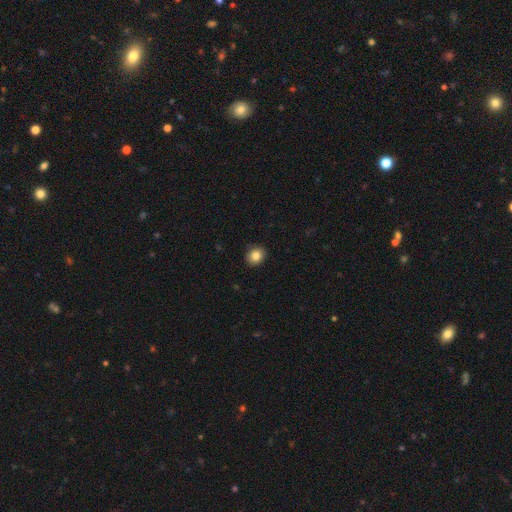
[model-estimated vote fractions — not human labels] Smooth or featured?
  - smooth: 84% *
  - star or artifact: 10%
  - featured or disk: 7%
How rounded?
  - round: 71% *
  - in between: 28%
  - cigar-shaped: 1%
Merging?
  - none: 90% *
  - minor disturbance: 8%
  - major disturbance: 2%
  - merger: 1%